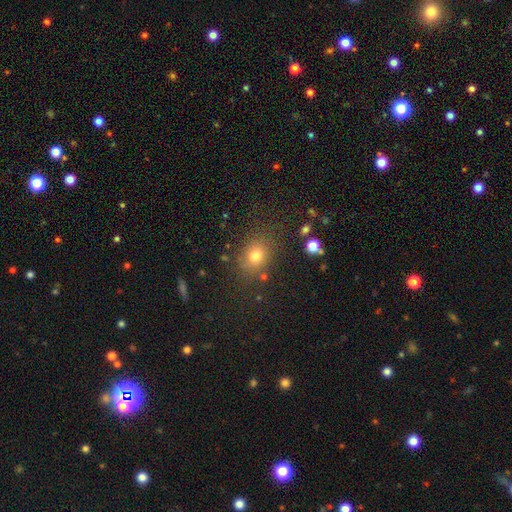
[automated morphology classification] This is likely a smooth galaxy (76%). How rounded: possibly round (56%). Merging: likely none (79%).